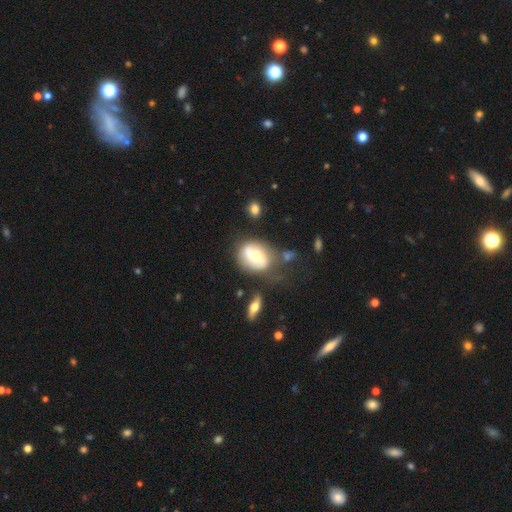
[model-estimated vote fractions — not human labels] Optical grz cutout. It shows a featured or disk galaxy (54%) with no bar (56%), spiral arms (71%) and a moderate central bulge (67%). Merging: none (60%).